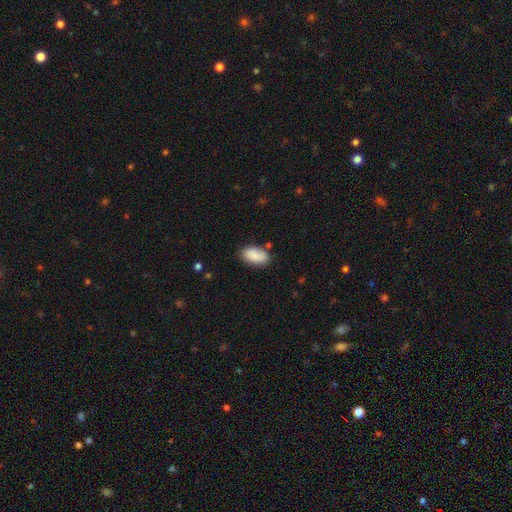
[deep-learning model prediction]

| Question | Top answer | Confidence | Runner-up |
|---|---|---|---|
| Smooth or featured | smooth | 87% | featured or disk (7%) |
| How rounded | in between | 94% | round (3%) |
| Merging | none | 79% | minor disturbance (15%) |